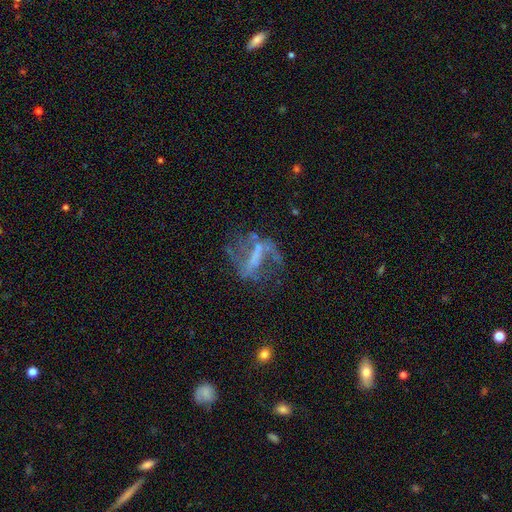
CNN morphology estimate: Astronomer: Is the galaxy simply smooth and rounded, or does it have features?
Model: featured or disk — 71%.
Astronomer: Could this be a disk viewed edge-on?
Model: no — 91%.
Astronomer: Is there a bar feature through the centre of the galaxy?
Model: strong — 60%.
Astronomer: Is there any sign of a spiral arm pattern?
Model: yes — 57% (runner-up: no, 43%).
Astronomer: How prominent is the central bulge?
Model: none — 58%.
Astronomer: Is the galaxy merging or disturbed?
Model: none — 43% (runner-up: major disturbance, 33%).